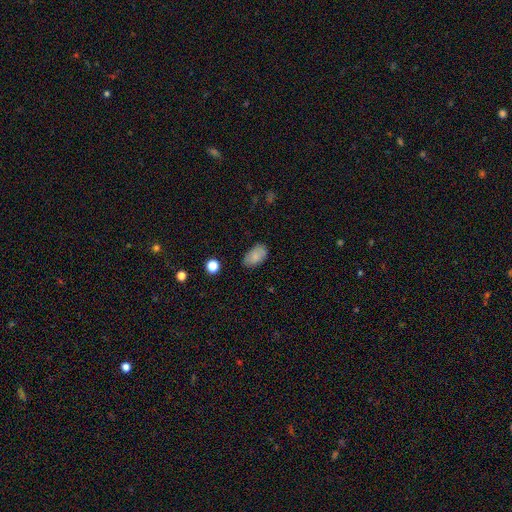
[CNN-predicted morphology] smooth-or-featured: smooth: 80% | featured or disk: 12% | star or artifact: 9%
  how-rounded: in between: 92% | round: 6% | cigar-shaped: 2%
  merging: none: 77% | minor disturbance: 17% | major disturbance: 4% | merger: 2%